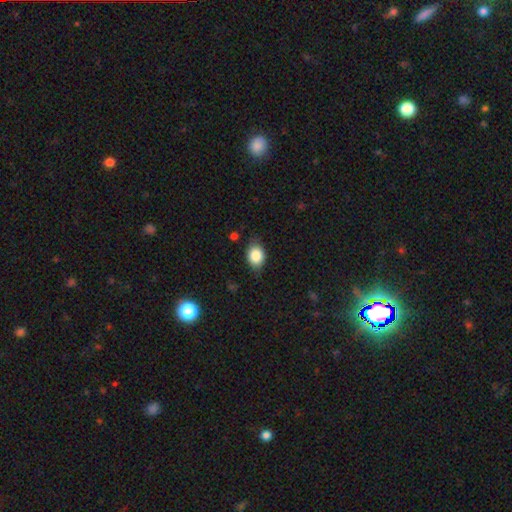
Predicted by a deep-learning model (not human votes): Smooth or featured: smooth — 85% (star or artifact — 8%)
How rounded: in between — 66% (round — 33%)
Merging: none — 75% (minor disturbance — 20%)